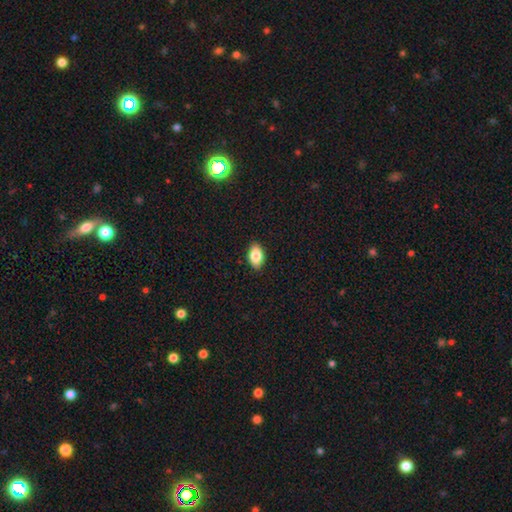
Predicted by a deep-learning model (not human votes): This is clearly a smooth galaxy (84%). How rounded: clearly in between (90%). Merging: clearly none (89%).